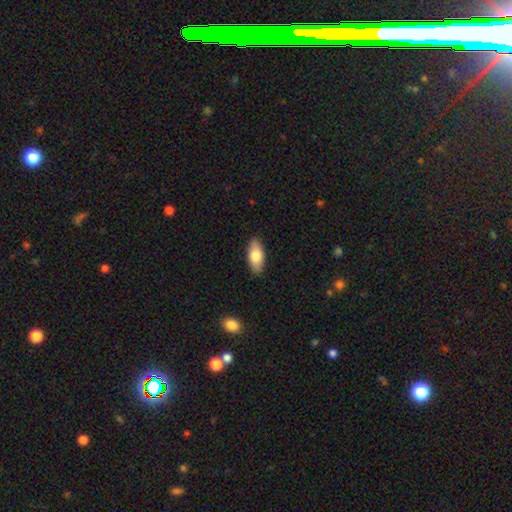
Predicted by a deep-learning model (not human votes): A smooth galaxy with no disk features (77%) that is in between round and cigar-shaped (86%).

Vote fractions:
- Smooth or featured? smooth: 77% / featured or disk: 17% / star or artifact: 6%
- How rounded? in between: 86% / cigar-shaped: 11% / round: 3%
- Merging? none: 88% / minor disturbance: 9% / major disturbance: 2% / merger: 1%